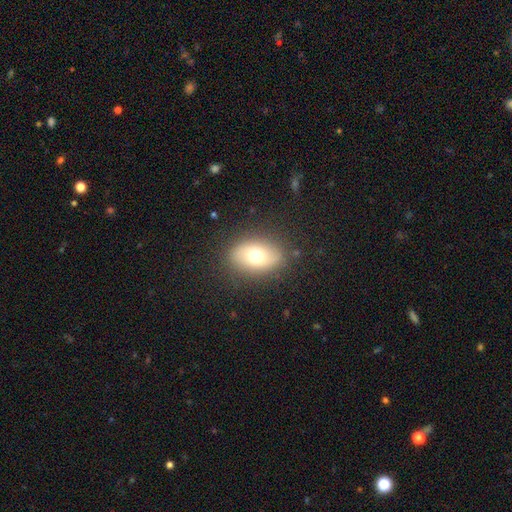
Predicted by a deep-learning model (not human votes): The model was most divided on "smooth or featured": smooth: 67%, featured or disk: 23%, star or artifact: 10%. More confident: merging — none (83%); how rounded — in between (76%).